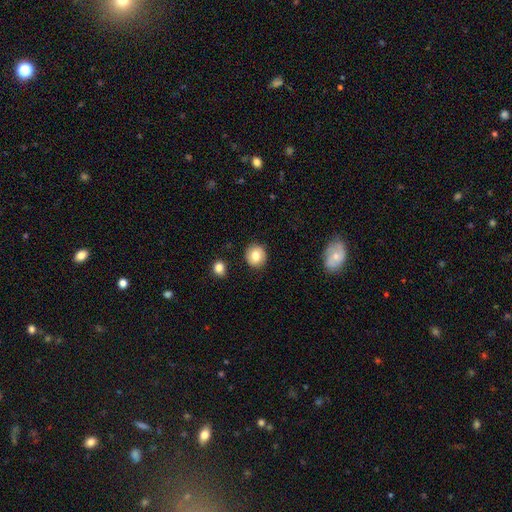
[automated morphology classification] A smooth galaxy with no disk features (78%) that is round (88%).

Vote fractions:
- Smooth or featured? smooth: 78% / featured or disk: 13% / star or artifact: 9%
- How rounded? round: 88% / in between: 11% / cigar-shaped: 1%
- Merging? none: 87% / minor disturbance: 9% / major disturbance: 2% / merger: 2%